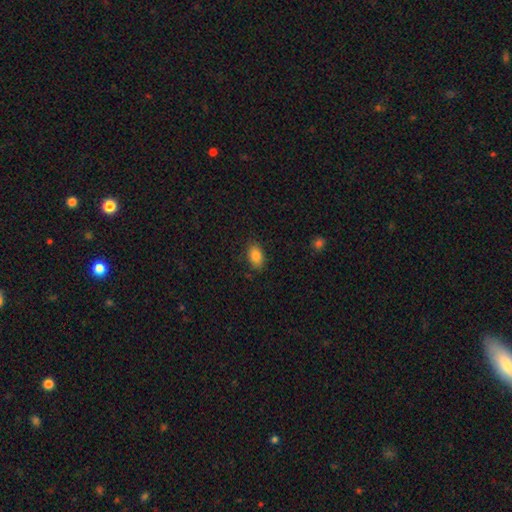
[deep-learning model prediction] A smooth galaxy with no disk features (85%) that is in between round and cigar-shaped (89%). Merging: none (85%).